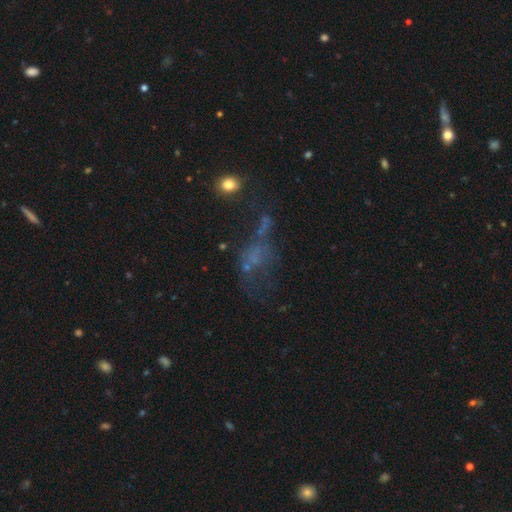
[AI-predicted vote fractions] Morphology: type=featured or disk (37%); merging=major disturbance (41%).